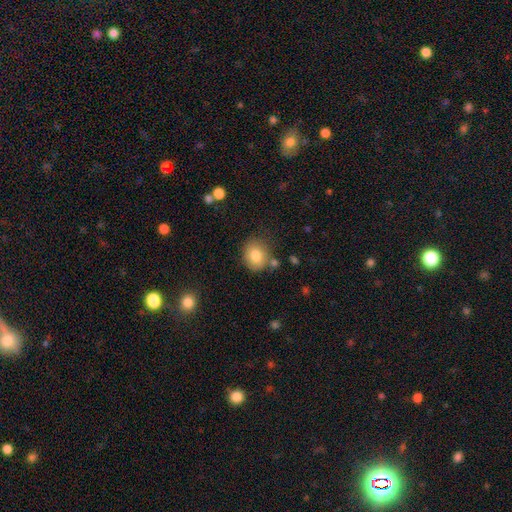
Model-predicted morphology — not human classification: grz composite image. It shows a smooth galaxy with no disk features (80%) that is round (65%). Merging: none (74%).